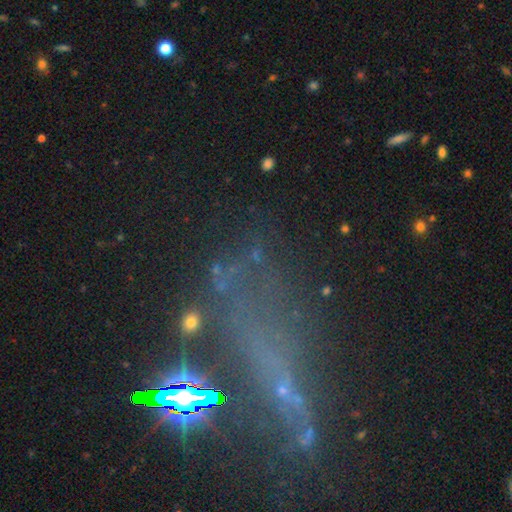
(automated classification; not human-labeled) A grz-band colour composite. It shows a star or artifact, not a galaxy (58%).